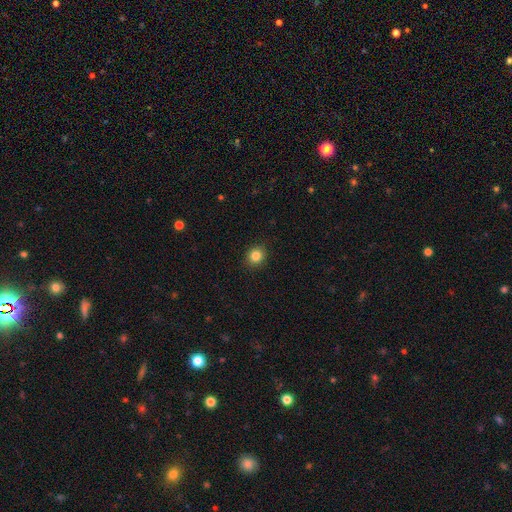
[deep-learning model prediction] Morphology: type=smooth (84%); roundness=round (81%); merging=none (91%).